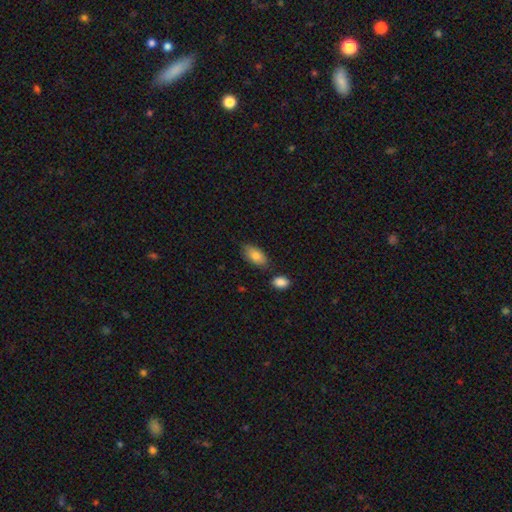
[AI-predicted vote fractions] Morphology: type=smooth (83%); roundness=in between (92%); merging=none (75%).